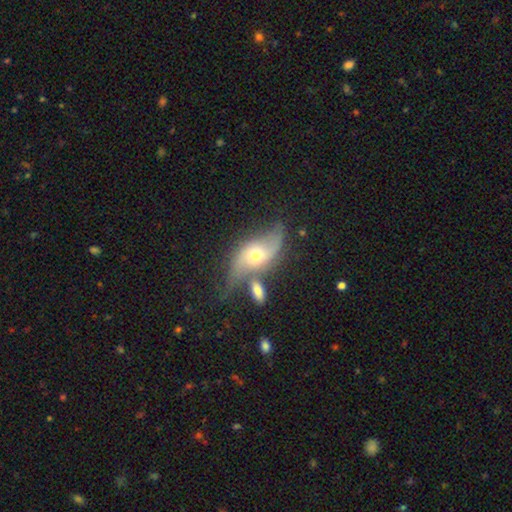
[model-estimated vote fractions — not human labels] A featured or disk galaxy (66%) with no bar (72%), spiral arms (82%) and a moderate central bulge (59%). Merging: none (44%).